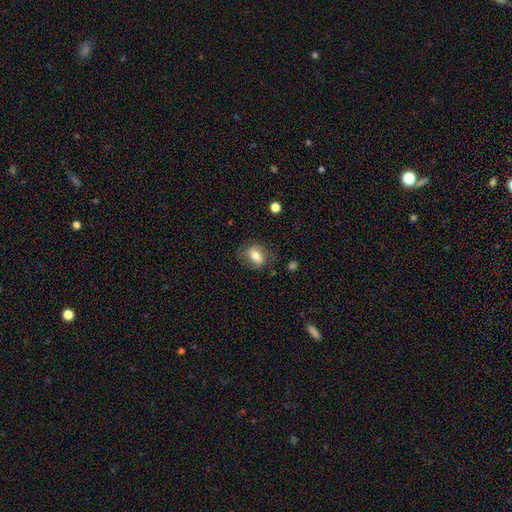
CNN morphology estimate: smooth_or_featured: smooth (p=0.69) [alt: featured or disk p=0.23]
how_rounded: in between (p=0.71) [alt: round p=0.28]
merging: none (p=0.70) [alt: minor disturbance p=0.19]